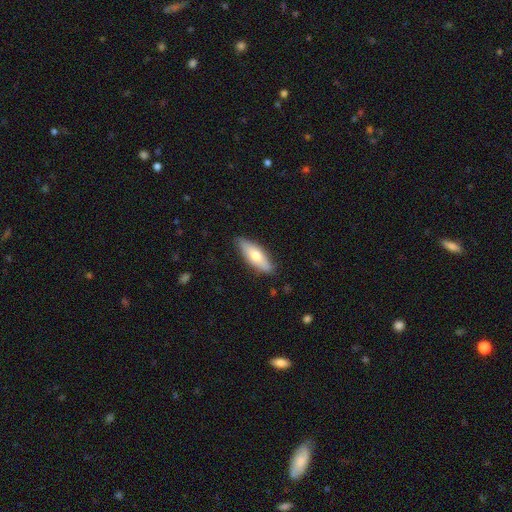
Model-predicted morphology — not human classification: The model was most divided on "how rounded": in between: 60%, cigar-shaped: 38%, round: 2%. More confident: merging — none (83%); smooth or featured — smooth (64%).